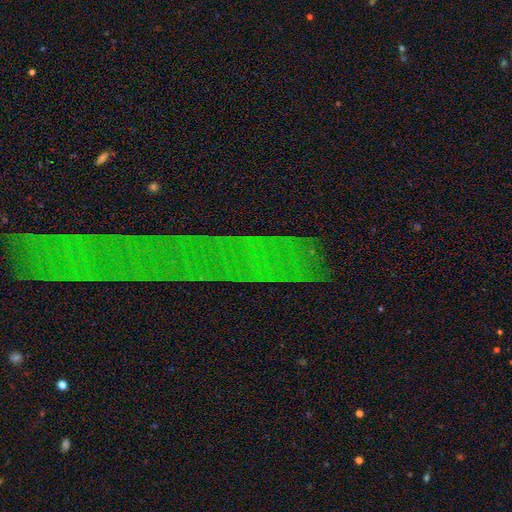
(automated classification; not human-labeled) The model was most divided on "smooth or featured": star or artifact: 68%, featured or disk: 18%, smooth: 14%.